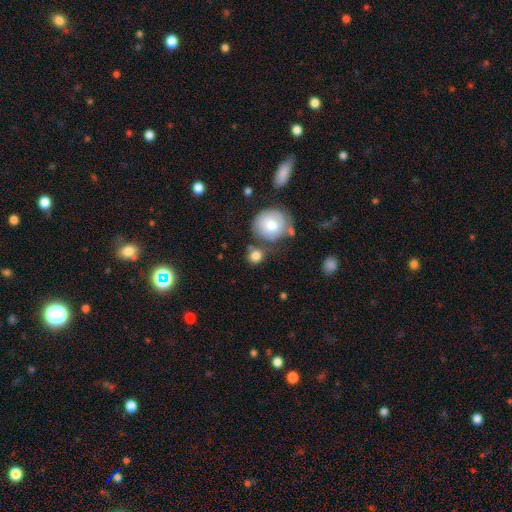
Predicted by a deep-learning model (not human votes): smooth-or-featured: smooth: 77% | featured or disk: 14% | star or artifact: 8%
  how-rounded: round: 84% | in between: 15% | cigar-shaped: 1%
  merging: none: 61% | merger: 16% | minor disturbance: 16% | major disturbance: 7%